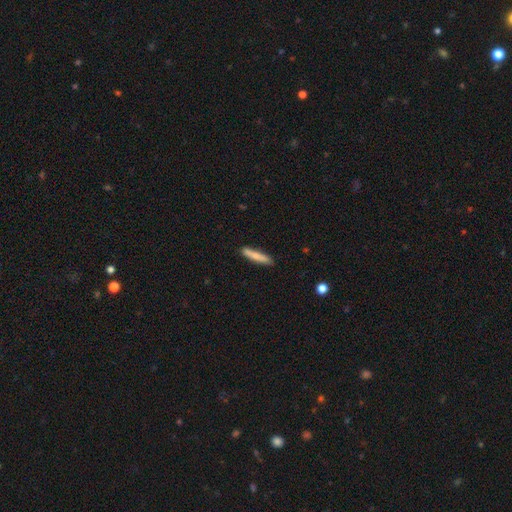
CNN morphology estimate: A smooth galaxy with no disk features (77%) that is cigar-shaped (91%). Merging: none (86%).